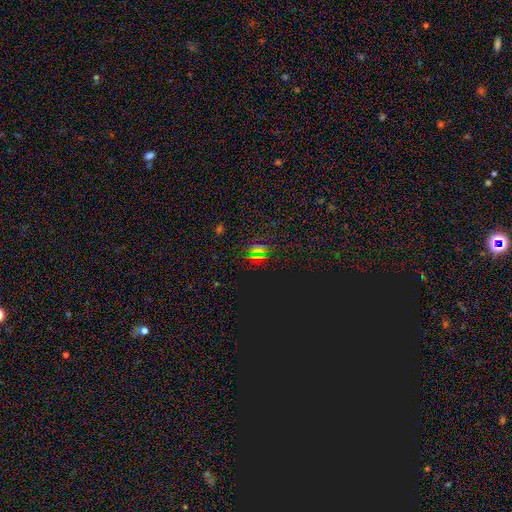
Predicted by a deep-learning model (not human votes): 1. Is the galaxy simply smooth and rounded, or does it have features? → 64% star or artifact, 26% smooth, 9% featured or disk.